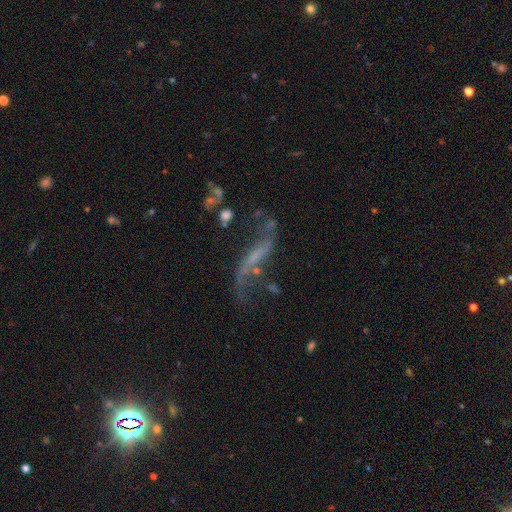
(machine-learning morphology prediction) type=featured or disk (75%); edge-on=no (85%); bar=weak (36%); spiral arms=yes (79%); winding=loose (89%); arm count=2 (85%); bulge=none (50%); merging=none (44%).